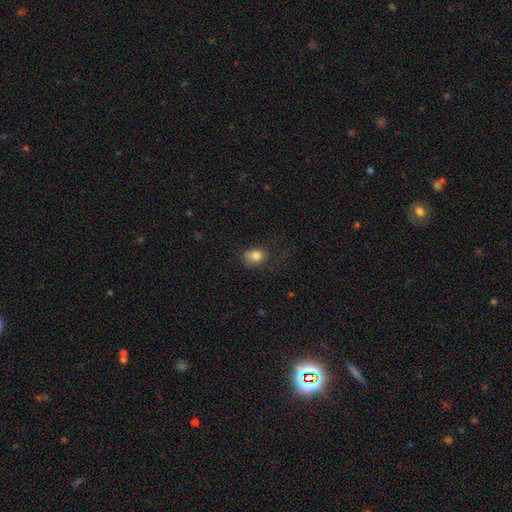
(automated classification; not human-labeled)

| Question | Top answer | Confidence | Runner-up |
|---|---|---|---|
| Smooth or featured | smooth | 82% | star or artifact (10%) |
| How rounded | in between | 53% | round (46%) |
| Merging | none | 53% | minor disturbance (29%) |